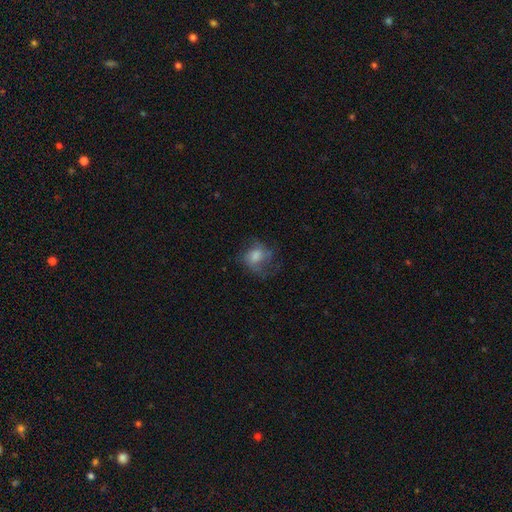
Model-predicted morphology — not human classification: Smooth or featured?
  - smooth: 45% *
  - featured or disk: 42%
  - star or artifact: 13%
Merging?
  - none: 52% *
  - major disturbance: 26%
  - minor disturbance: 21%
  - merger: 1%